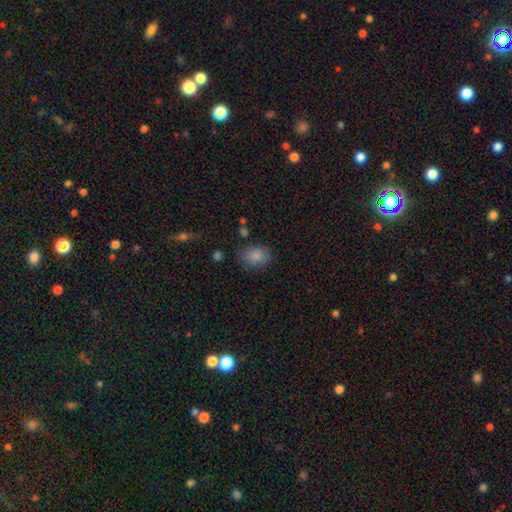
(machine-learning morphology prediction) Q: Smooth or featured?
A: smooth (86%); runner-up: star or artifact (8%)
Q: How rounded?
A: in between (73%); runner-up: round (25%)
Q: Merging?
A: none (79%); runner-up: minor disturbance (15%)